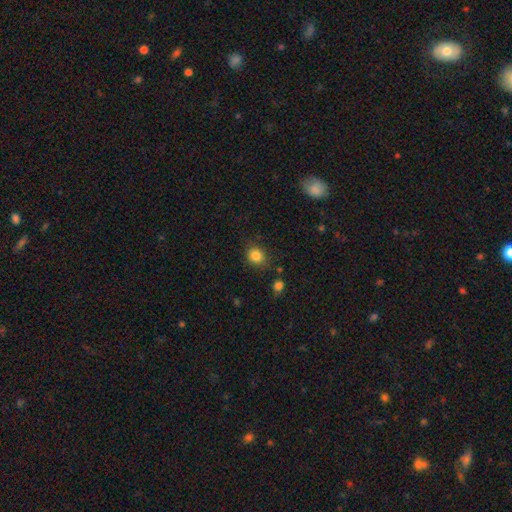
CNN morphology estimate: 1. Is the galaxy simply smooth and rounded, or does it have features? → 84% smooth, 11% star or artifact, 5% featured or disk.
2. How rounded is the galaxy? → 69% round, 30% in between, 1% cigar-shaped.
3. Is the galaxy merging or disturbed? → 78% none, 14% minor disturbance, 4% major disturbance, 4% merger.